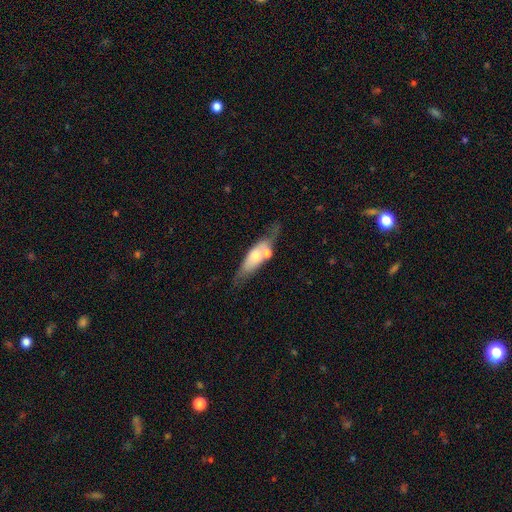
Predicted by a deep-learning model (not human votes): smooth_or_featured: smooth (p=0.52) [alt: featured or disk p=0.42]
how_rounded: in between (p=0.54) [alt: cigar-shaped p=0.42]
merging: none (p=0.46) [alt: merger p=0.23]